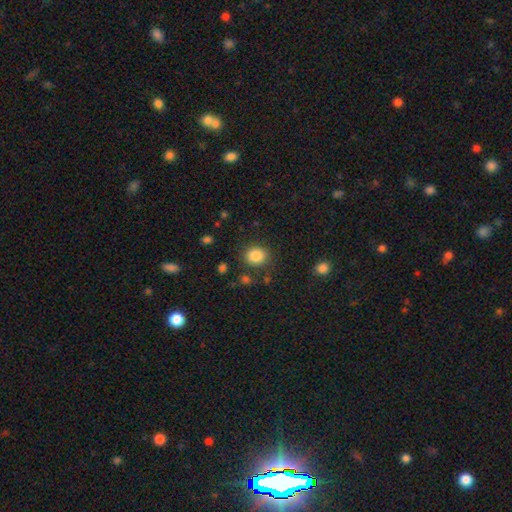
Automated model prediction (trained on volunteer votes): smooth_or_featured: smooth (p=0.85) [alt: star or artifact p=0.10]
how_rounded: round (p=0.70) [alt: in between p=0.29]
merging: none (p=0.84) [alt: minor disturbance p=0.09]